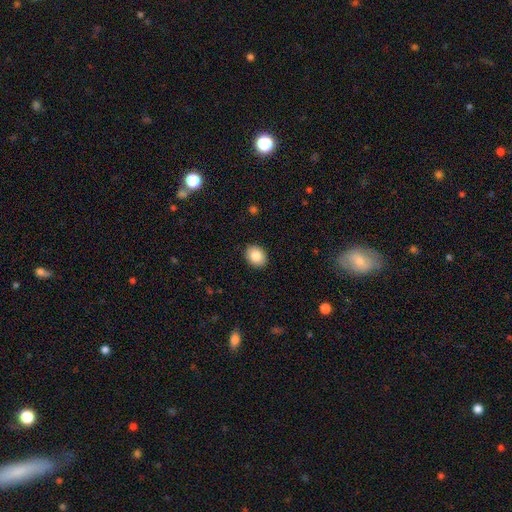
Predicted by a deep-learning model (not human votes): Smooth or featured? smooth (85%)
How rounded? in between (58%)
Merging? none (90%)